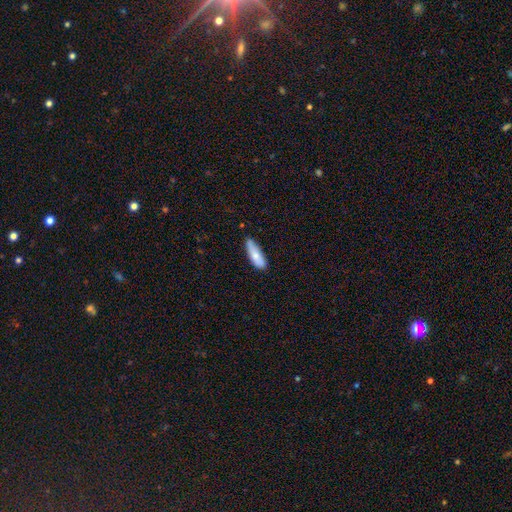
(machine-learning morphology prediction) smooth_or_featured: smooth (p=0.74) [alt: featured or disk p=0.20]
how_rounded: in between (p=0.57) [alt: cigar-shaped p=0.41]
merging: none (p=0.66) [alt: minor disturbance p=0.27]